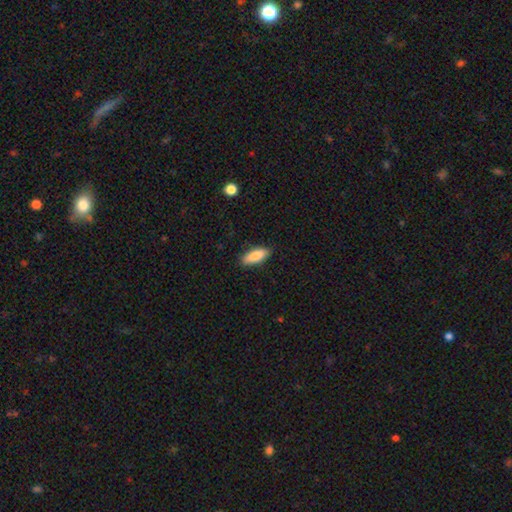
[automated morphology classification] smooth_or_featured: smooth (p=0.85) [alt: featured or disk p=0.09]
how_rounded: in between (p=0.68) [alt: cigar-shaped p=0.30]
merging: none (p=0.87) [alt: minor disturbance p=0.10]